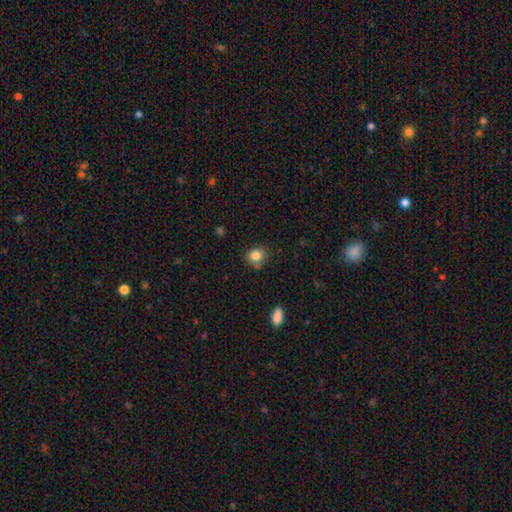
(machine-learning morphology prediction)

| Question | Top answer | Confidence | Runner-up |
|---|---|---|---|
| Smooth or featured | smooth | 83% | star or artifact (10%) |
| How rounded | round | 64% | in between (35%) |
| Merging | none | 71% | minor disturbance (20%) |